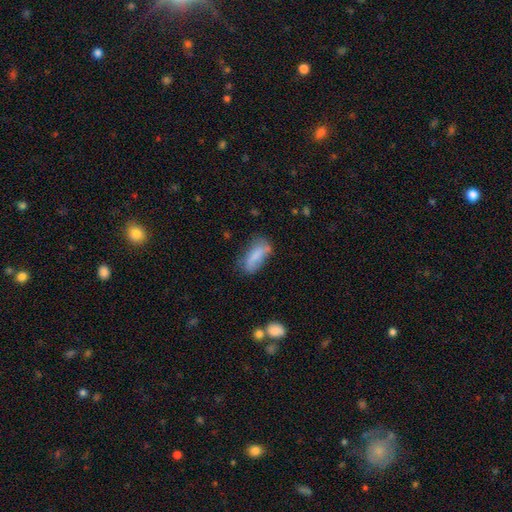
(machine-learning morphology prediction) This appears to be a smooth galaxy with no disk features (76%) that is in between round and cigar-shaped (73%). Merging: none (50%).